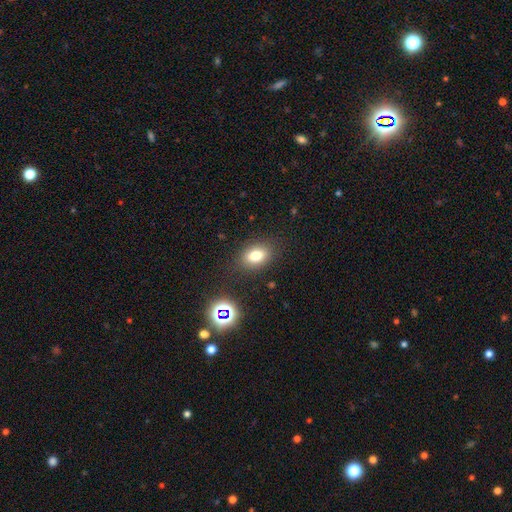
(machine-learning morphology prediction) type=smooth (78%); roundness=in between (79%); merging=none (84%).